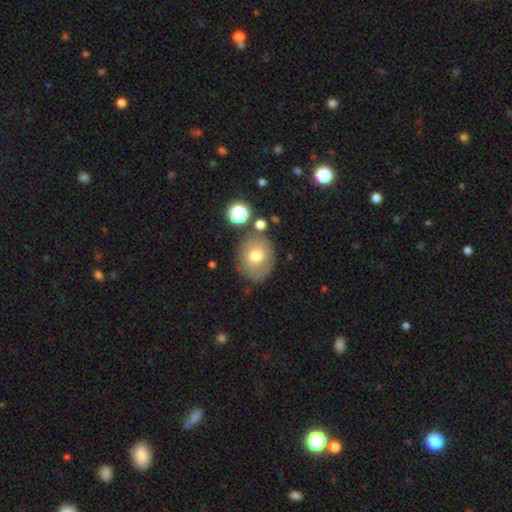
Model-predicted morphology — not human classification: A smooth galaxy with no disk features (69%) that is round (60%). Merging: none (75%).